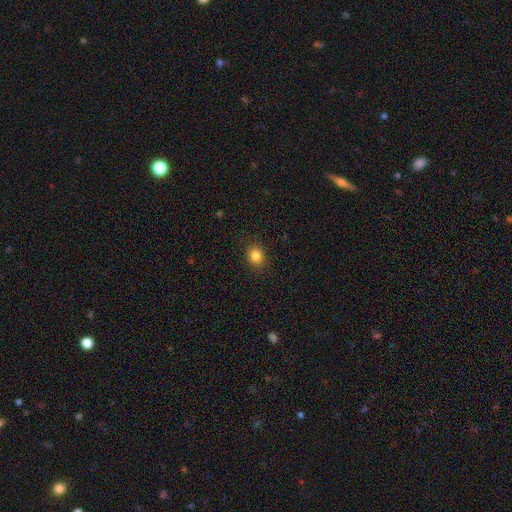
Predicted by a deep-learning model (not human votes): This appears to be a smooth galaxy with no disk features (84%) that is round (71%). Merging: none (89%).